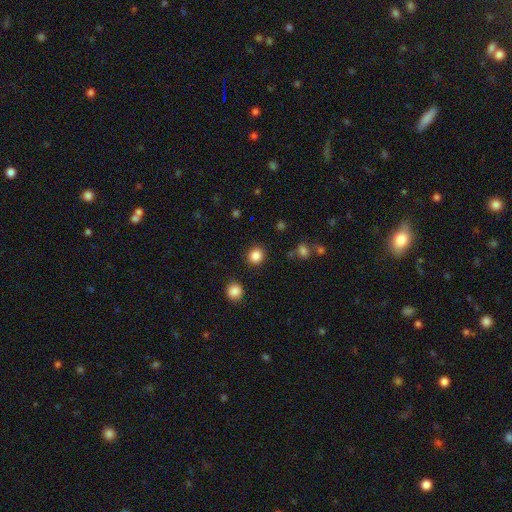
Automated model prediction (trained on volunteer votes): This is clearly a smooth galaxy (85%). How rounded: clearly round (87%). Merging: clearly none (90%).